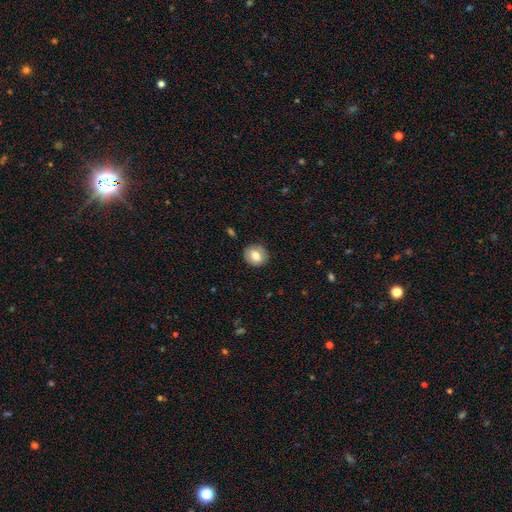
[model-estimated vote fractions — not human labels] Smooth or featured?
  - smooth: 75% *
  - featured or disk: 17%
  - star or artifact: 8%
How rounded?
  - round: 73% *
  - in between: 26%
  - cigar-shaped: 1%
Merging?
  - none: 86% *
  - minor disturbance: 10%
  - major disturbance: 3%
  - merger: 1%